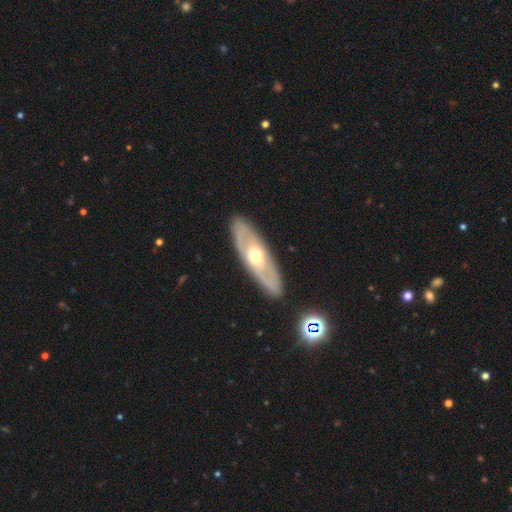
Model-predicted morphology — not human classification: The model was most divided on "smooth or featured": featured or disk: 65%, smooth: 30%, star or artifact: 4%. More confident: merging — none (88%); edge-on disk — no (72%).